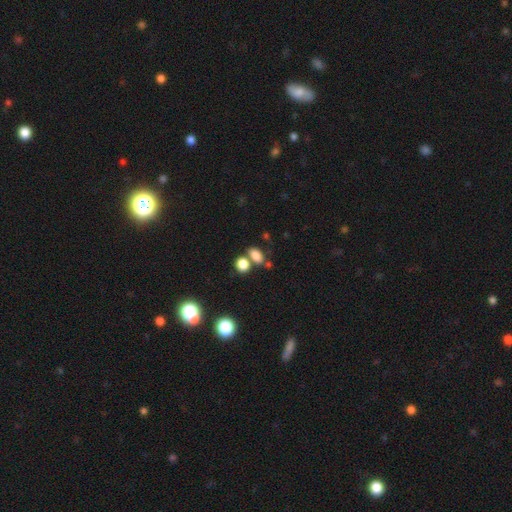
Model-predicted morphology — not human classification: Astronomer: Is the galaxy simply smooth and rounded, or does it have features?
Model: smooth — 80%.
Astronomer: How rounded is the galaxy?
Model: in between — 77%.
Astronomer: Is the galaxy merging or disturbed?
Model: none — 51% (runner-up: merger, 32%).